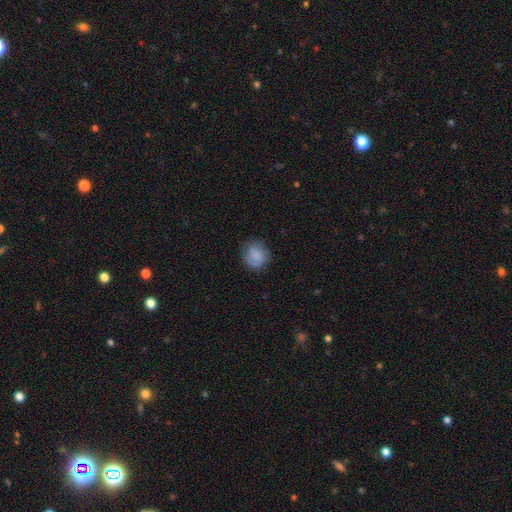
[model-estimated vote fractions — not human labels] Smooth or featured? smooth (79%)
How rounded? round (77%)
Merging? none (76%)